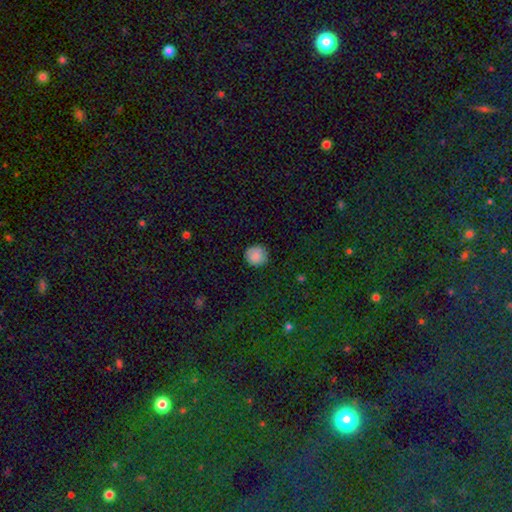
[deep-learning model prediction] The model was most divided on "merging": none: 84%, minor disturbance: 12%, major disturbance: 3%, merger: 1%. More confident: how rounded — round (91%); smooth or featured — smooth (86%).